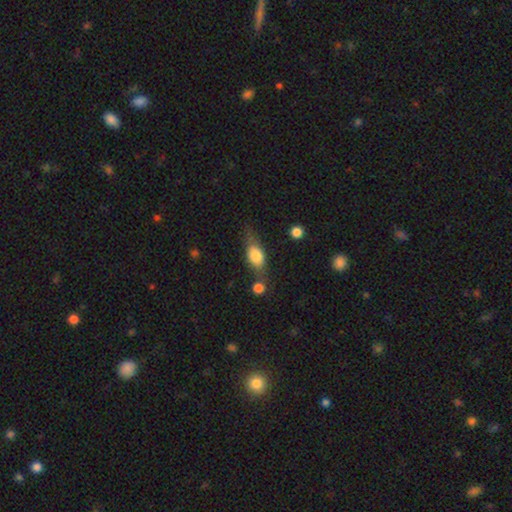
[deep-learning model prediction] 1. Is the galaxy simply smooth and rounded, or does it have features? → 70% smooth, 23% featured or disk, 7% star or artifact.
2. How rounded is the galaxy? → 77% in between, 13% cigar-shaped, 10% round.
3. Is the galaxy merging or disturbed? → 51% none, 26% minor disturbance, 12% merger, 11% major disturbance.